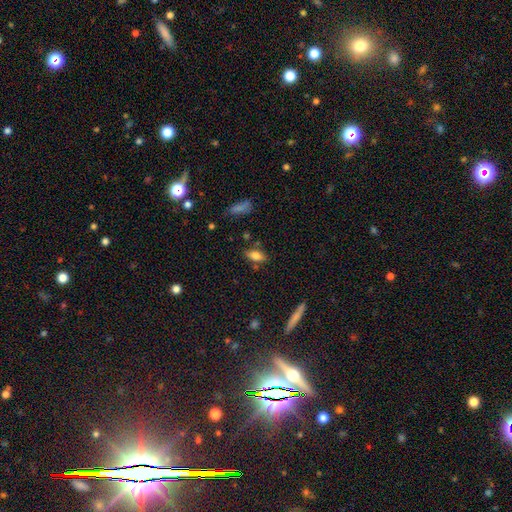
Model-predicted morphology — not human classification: This is likely a smooth galaxy (75%). How rounded: clearly in between (82%). Merging: likely none (77%).